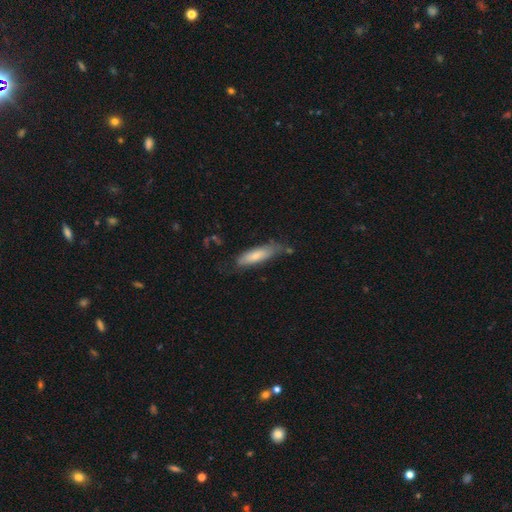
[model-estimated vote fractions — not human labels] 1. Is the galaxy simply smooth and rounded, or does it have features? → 69% smooth, 26% featured or disk, 6% star or artifact.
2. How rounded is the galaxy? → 61% cigar-shaped, 37% in between, 2% round.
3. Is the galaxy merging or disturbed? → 61% none, 27% minor disturbance, 8% major disturbance, 4% merger.